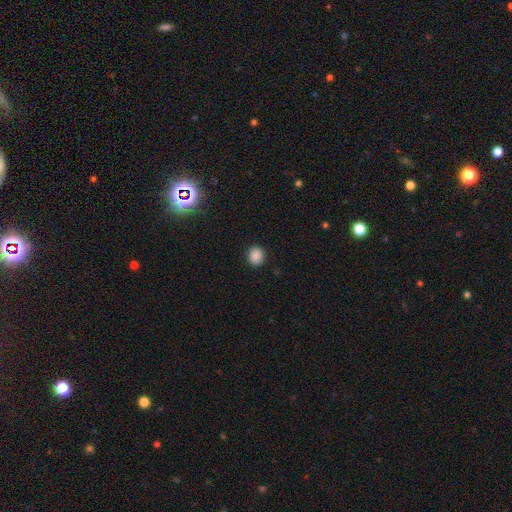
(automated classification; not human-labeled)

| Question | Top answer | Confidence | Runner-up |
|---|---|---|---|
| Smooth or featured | smooth | 87% | star or artifact (10%) |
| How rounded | round | 74% | in between (25%) |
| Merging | none | 90% | minor disturbance (7%) |